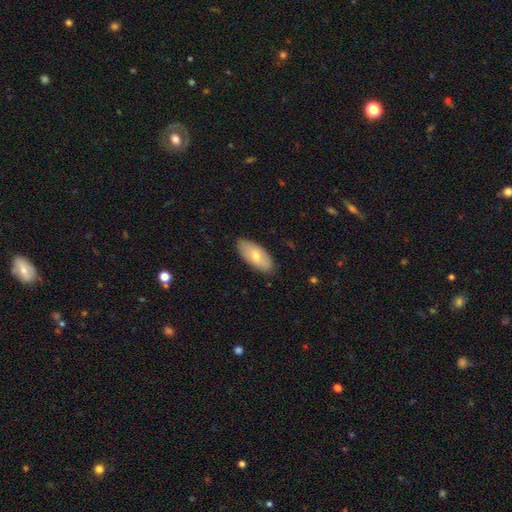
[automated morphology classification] smooth_or_featured: smooth (p=0.64) [alt: featured or disk p=0.30]
how_rounded: in between (p=0.89) [alt: cigar-shaped p=0.08]
merging: none (p=0.85) [alt: minor disturbance p=0.12]